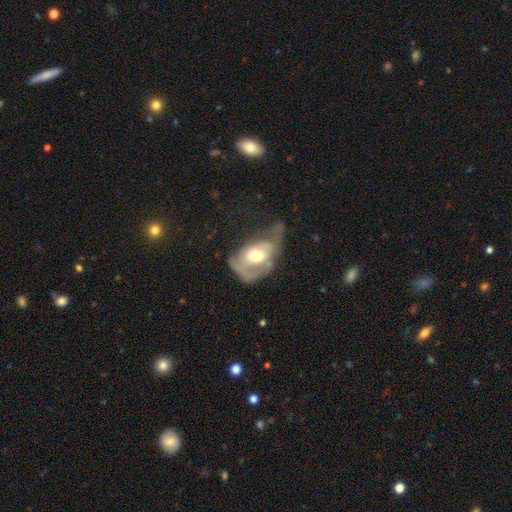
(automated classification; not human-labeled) Q: Smooth or featured?
A: smooth (47%); runner-up: featured or disk (46%)
Q: Merging?
A: major disturbance (50%); runner-up: minor disturbance (27%)